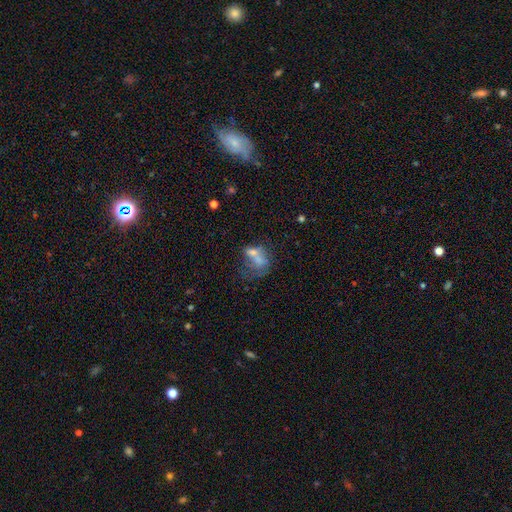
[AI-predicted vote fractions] A smooth galaxy with no disk features (51%) that is in between round and cigar-shaped (69%).

Vote fractions:
- Smooth or featured? smooth: 51% / featured or disk: 36% / star or artifact: 13%
- How rounded? in between: 69% / round: 28% / cigar-shaped: 3%
- Merging? merger: 44% / major disturbance: 26% / none: 18% / minor disturbance: 12%